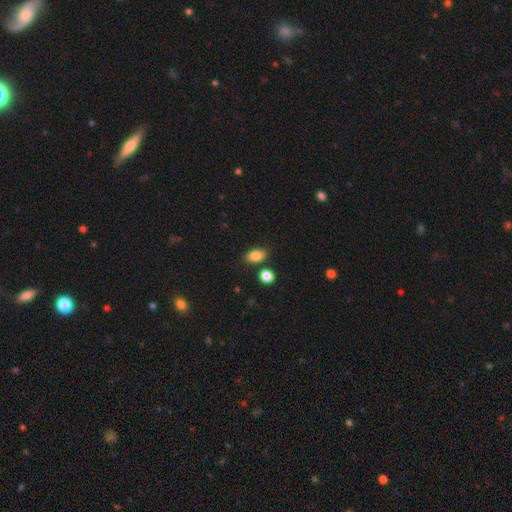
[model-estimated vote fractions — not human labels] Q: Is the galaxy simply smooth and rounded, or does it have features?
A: smooth — 85%.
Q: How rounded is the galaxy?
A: in between — 85%.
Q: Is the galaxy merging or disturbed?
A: none — 80%.